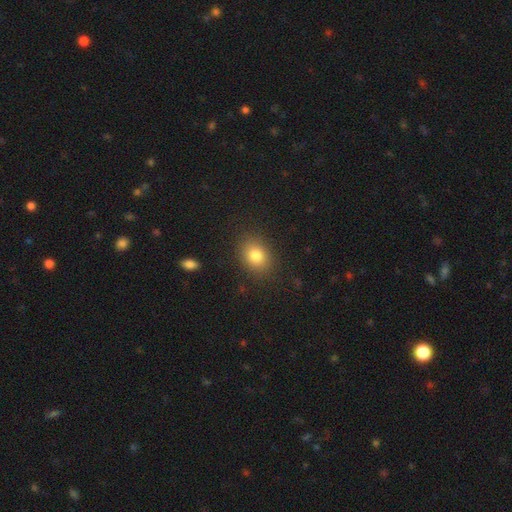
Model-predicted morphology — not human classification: This appears to be a smooth galaxy with no disk features (83%) that is in between round and cigar-shaped (62%). Merging: none (85%).